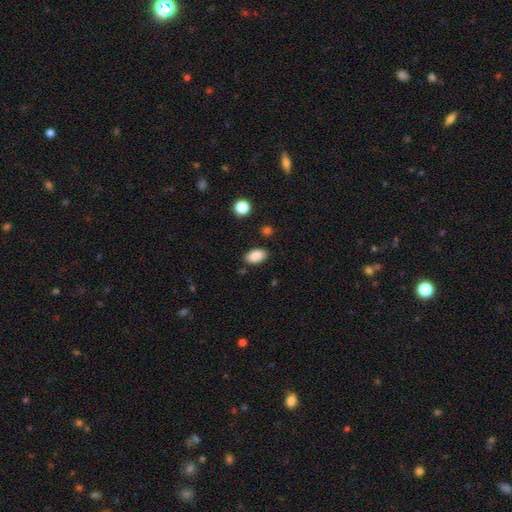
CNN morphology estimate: This appears to be a smooth galaxy with no disk features (89%) that is in between round and cigar-shaped (93%). Merging: none (86%).